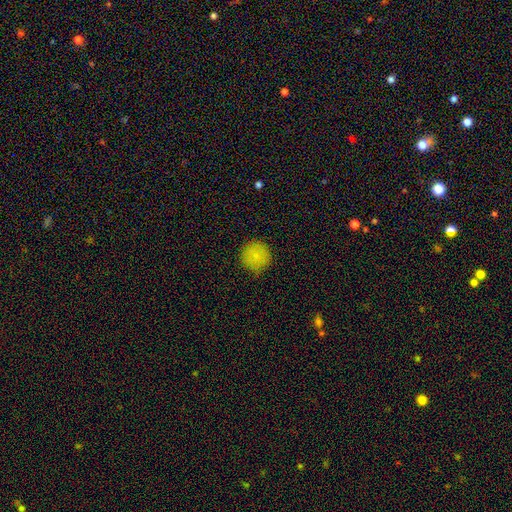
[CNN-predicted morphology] smooth_or_featured: smooth (p=0.82) [alt: star or artifact p=0.11]
how_rounded: round (p=0.94) [alt: in between p=0.05]
merging: none (p=0.80) [alt: minor disturbance p=0.16]